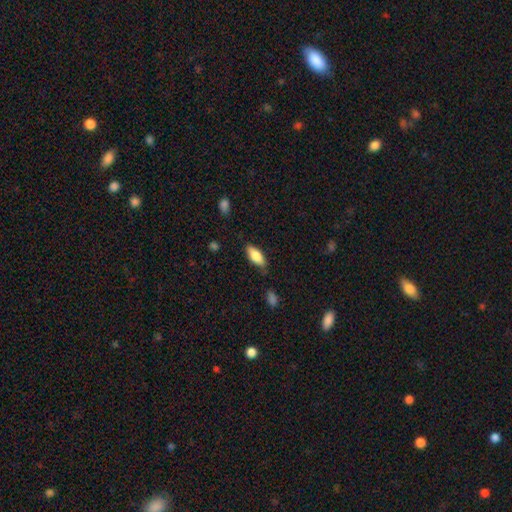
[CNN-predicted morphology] This is likely a smooth galaxy (79%). How rounded: likely in between (78%). Merging: likely none (77%).